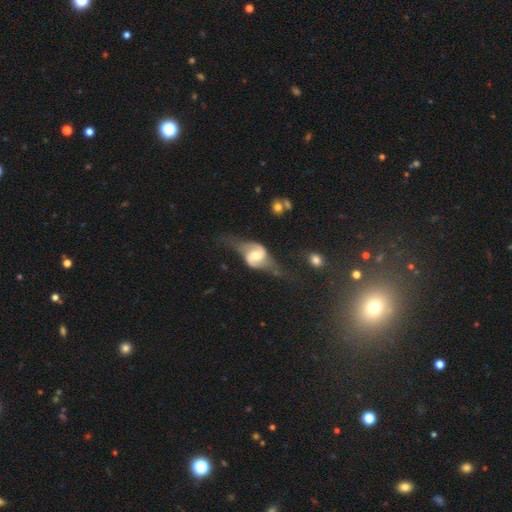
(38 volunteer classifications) featured or disk 87%, smooth 11%, star or artifact 3%. Down the decision tree: edge-on disk — no (97%); bar — weak (44%); spiral arms — yes (94%); spiral arm count — 2 (97%); spiral winding — medium (50%); bulge size — moderate (56%); merging — none (38%).